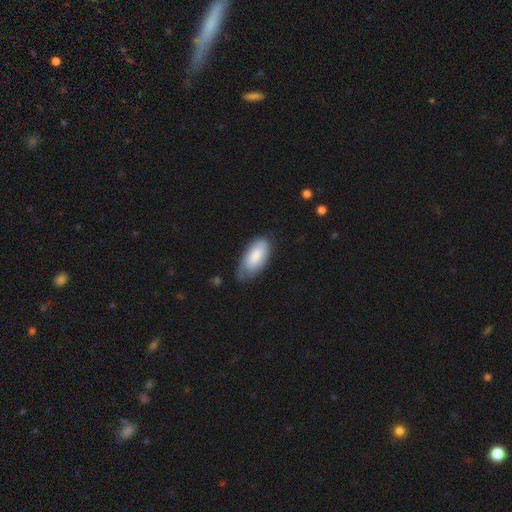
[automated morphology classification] This appears to be a smooth galaxy with no disk features (74%) that is in between round and cigar-shaped (93%). Merging: none (54%).